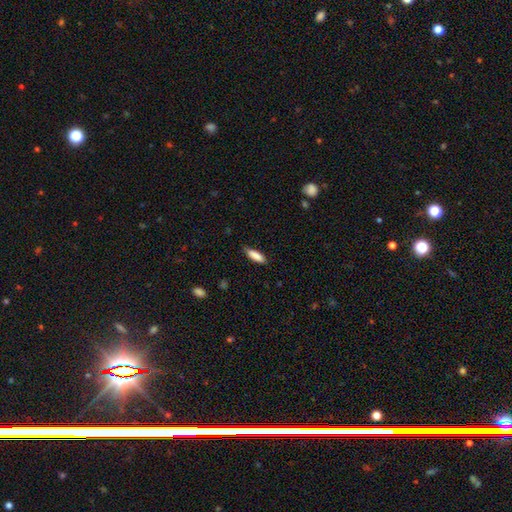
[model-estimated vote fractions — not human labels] Smooth or featured? Predicted: smooth (p=0.86). How rounded? Predicted: in between (p=0.50). Merging? Predicted: none (p=0.80).